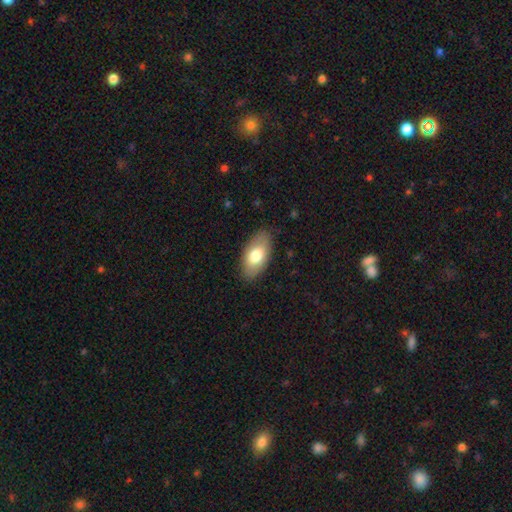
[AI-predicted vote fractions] The model was most divided on "smooth or featured": smooth: 73%, featured or disk: 21%, star or artifact: 6%. More confident: how rounded — in between (93%); merging — none (84%).